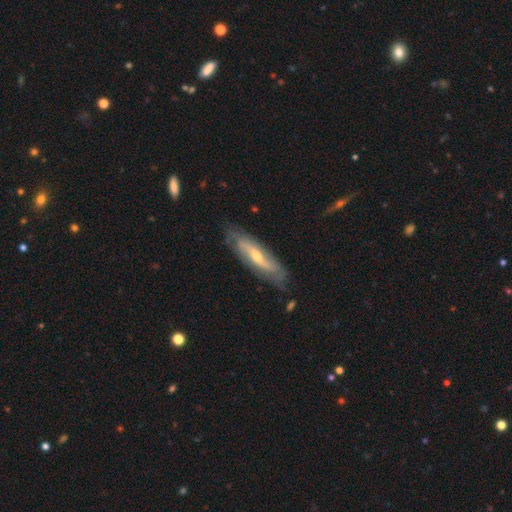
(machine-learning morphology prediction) featured or disk 67%, smooth 25%, star or artifact 8%. Down the decision tree: edge-on disk — no (59%); merging — none (82%).